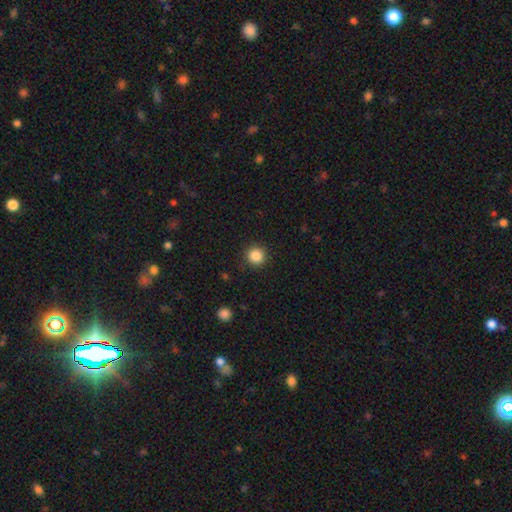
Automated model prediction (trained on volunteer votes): smooth 86%, star or artifact 11%, featured or disk 3%. Down the decision tree: how rounded — round (95%); merging — none (91%).